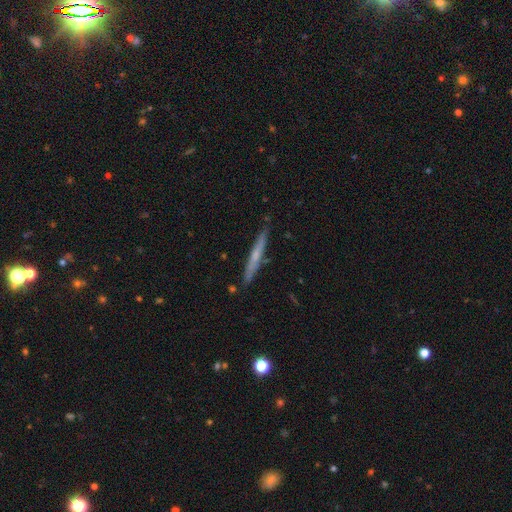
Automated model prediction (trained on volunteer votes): A featured or disk galaxy (49%). Merging: none (86%).